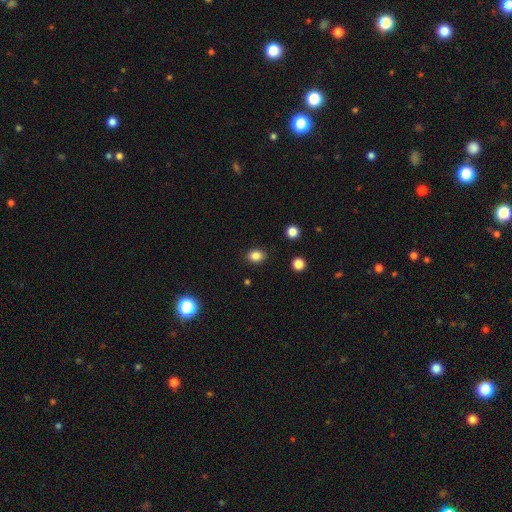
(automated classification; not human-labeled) This is clearly a smooth galaxy (84%). How rounded: possibly in between (56%). Merging: clearly none (88%).